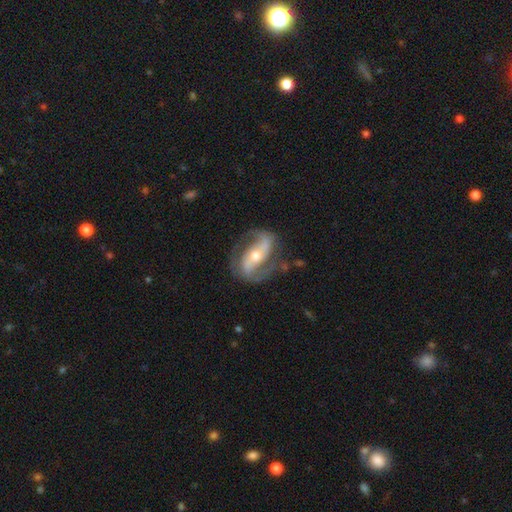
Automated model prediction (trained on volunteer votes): The model was most divided on "spiral winding": medium: 48%, loose: 29%, tight: 23%. Remaining: edge-on disk — no (95%); spiral arms — yes (92%); spiral arm count — 2 (90%); smooth or featured — featured or disk (85%); merging — none (75%); bulge size — moderate (62%); bar — strong (47%).